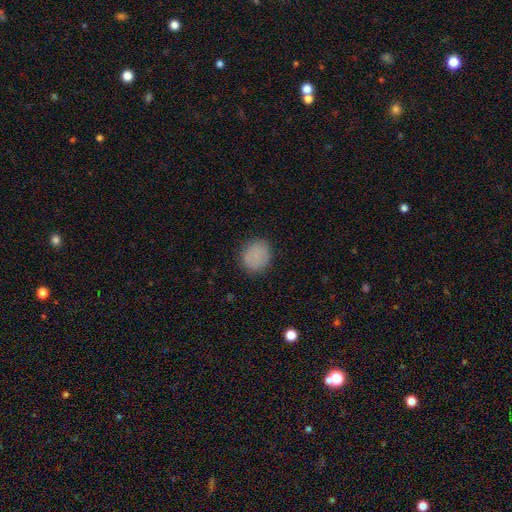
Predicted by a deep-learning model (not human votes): This appears to be a smooth galaxy with no disk features (84%) that is round (75%). Merging: none (86%).